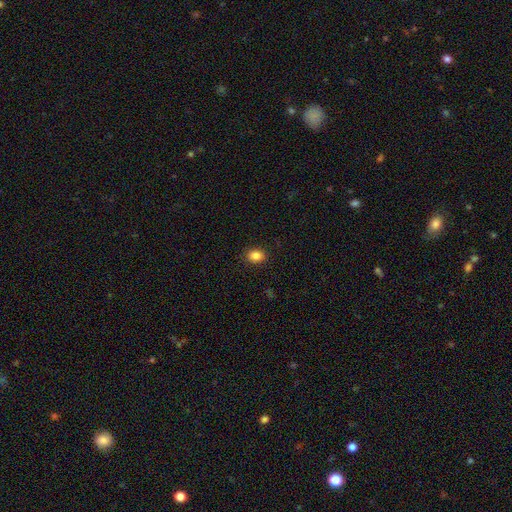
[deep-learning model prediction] Overall: smooth (86%). How rounded: in between (58%; round 41%). Merging: none (89%).